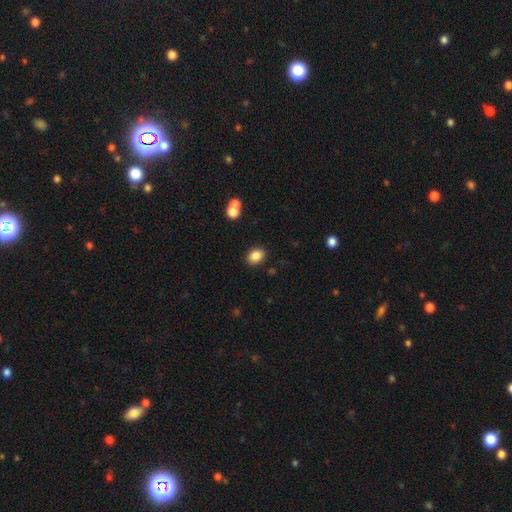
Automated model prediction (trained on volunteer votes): smooth 86%, star or artifact 9%, featured or disk 5%. Down the decision tree: how rounded — in between (66%); merging — none (87%).